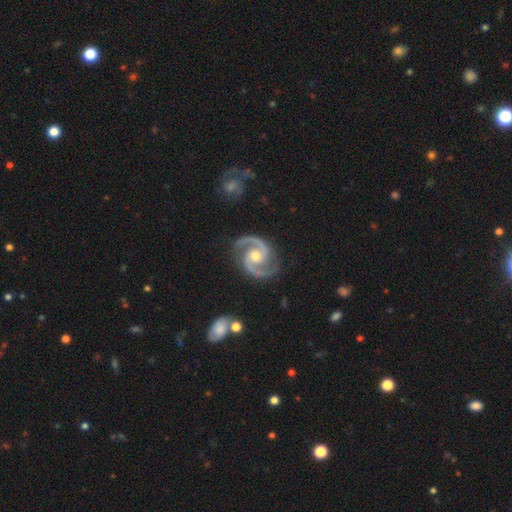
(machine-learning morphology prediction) type=featured or disk (94%); edge-on=no (98%); bar=no (60%); spiral arms=yes (99%); winding=medium (62%); arm count=2 (95%); bulge=moderate (70%); merging=none (84%).